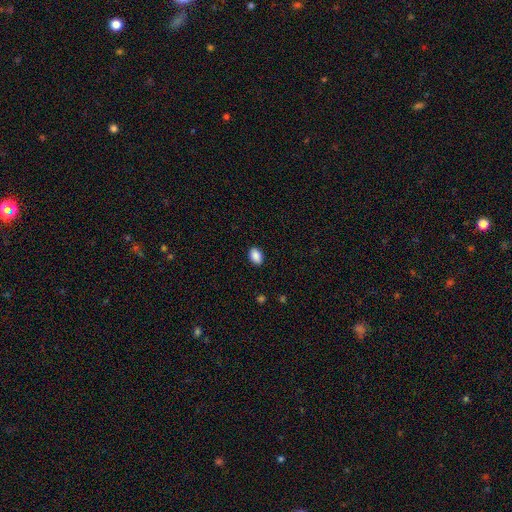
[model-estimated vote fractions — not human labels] Smooth or featured? smooth (89%)
How rounded? in between (84%)
Merging? none (89%)